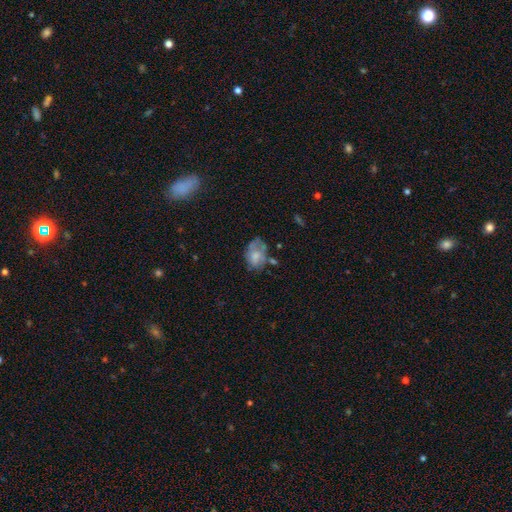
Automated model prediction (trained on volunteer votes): Smooth or featured?
  - smooth: 59% *
  - featured or disk: 31%
  - star or artifact: 9%
How rounded?
  - in between: 78% *
  - round: 21%
  - cigar-shaped: 1%
Merging?
  - none: 37% *
  - minor disturbance: 30%
  - major disturbance: 22%
  - merger: 11%